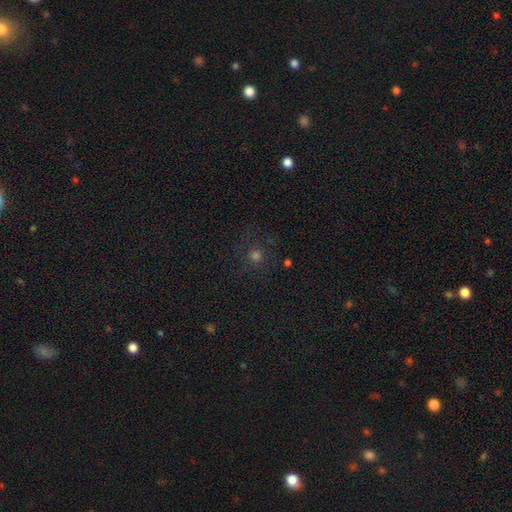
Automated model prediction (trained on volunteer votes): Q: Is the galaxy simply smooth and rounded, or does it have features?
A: smooth — 48%.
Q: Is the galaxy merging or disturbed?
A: none — 76%.